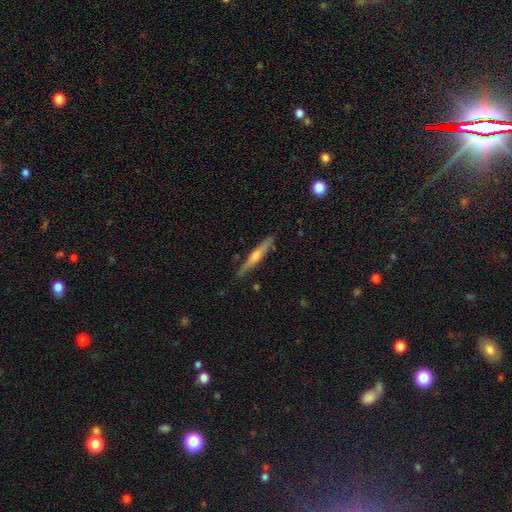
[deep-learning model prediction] This is likely a featured or disk galaxy (66%). It is clearly viewed edge-on (97%). Edge-on bulge: clearly rounded (81%). Merging: clearly none (88%).